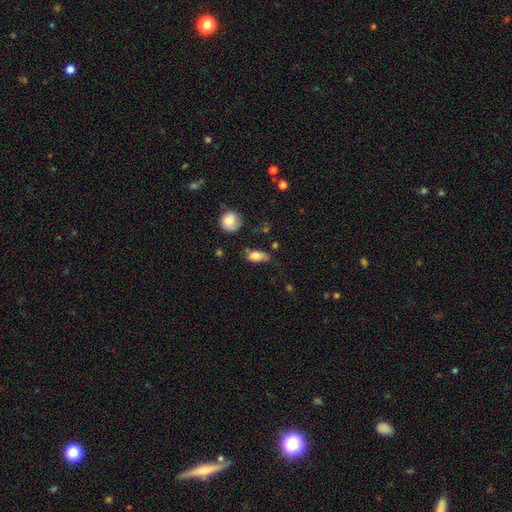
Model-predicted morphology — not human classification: This is likely a smooth galaxy (76%). How rounded: clearly in between (84%). Merging: marginally none (39%).